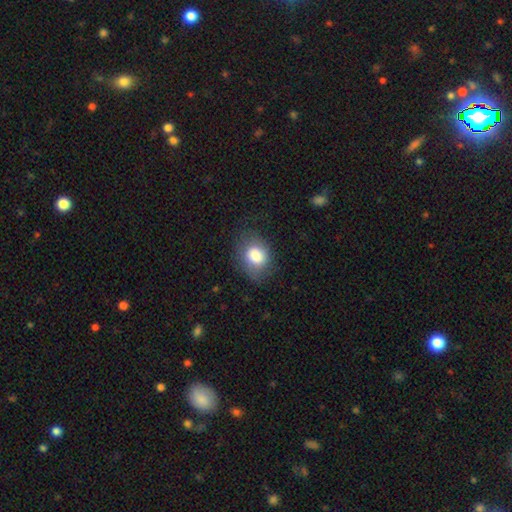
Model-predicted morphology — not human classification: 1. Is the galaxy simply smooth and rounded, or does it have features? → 81% smooth, 11% featured or disk, 8% star or artifact.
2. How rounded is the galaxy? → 57% in between, 42% round, 1% cigar-shaped.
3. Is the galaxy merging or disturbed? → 69% none, 21% minor disturbance, 9% major disturbance, 1% merger.